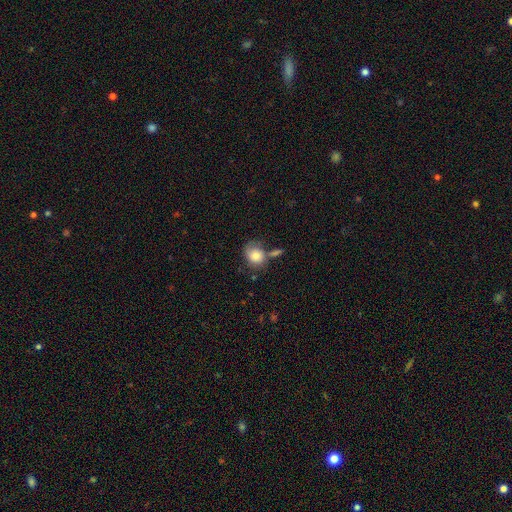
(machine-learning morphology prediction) Smooth or featured? smooth (77%)
How rounded? round (64%)
Merging? none (43%)